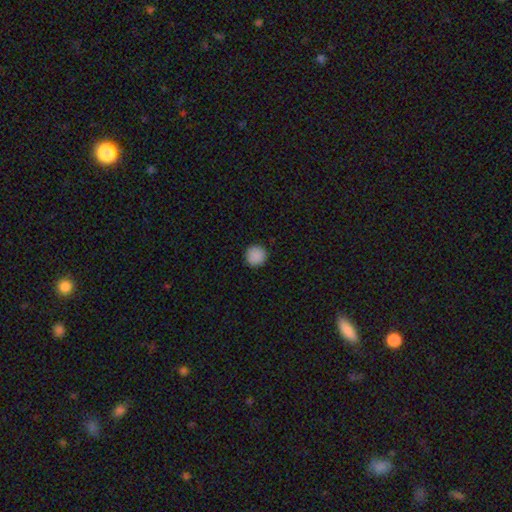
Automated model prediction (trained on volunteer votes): Smooth or featured: smooth — 89% (star or artifact — 9%)
How rounded: round — 96% (in between — 3%)
Merging: none — 92% (minor disturbance — 5%)